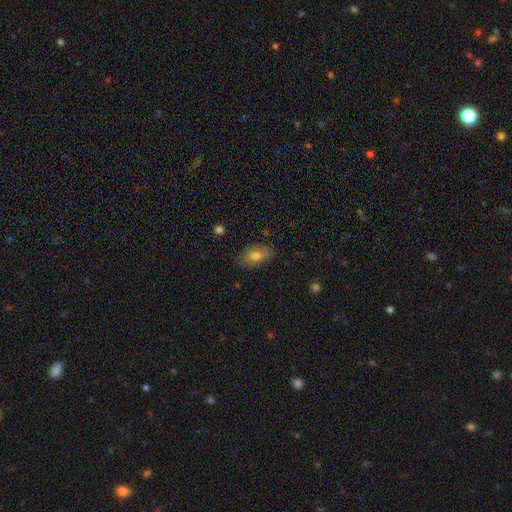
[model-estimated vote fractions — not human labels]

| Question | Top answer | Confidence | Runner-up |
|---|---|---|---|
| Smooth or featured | smooth | 76% | featured or disk (16%) |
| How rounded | in between | 90% | round (8%) |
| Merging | none | 82% | minor disturbance (14%) |